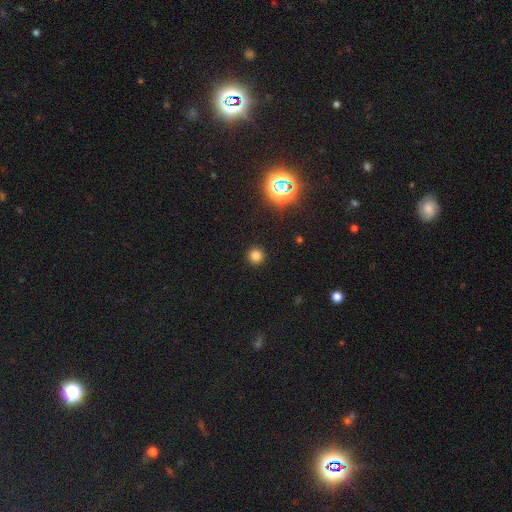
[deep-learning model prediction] A smooth galaxy with no disk features (78%) that is round (94%).

Vote fractions:
- Smooth or featured? smooth: 78% / star or artifact: 18% / featured or disk: 5%
- How rounded? round: 94% / in between: 5% / cigar-shaped: 1%
- Merging? none: 92% / minor disturbance: 5% / major disturbance: 2% / merger: 1%